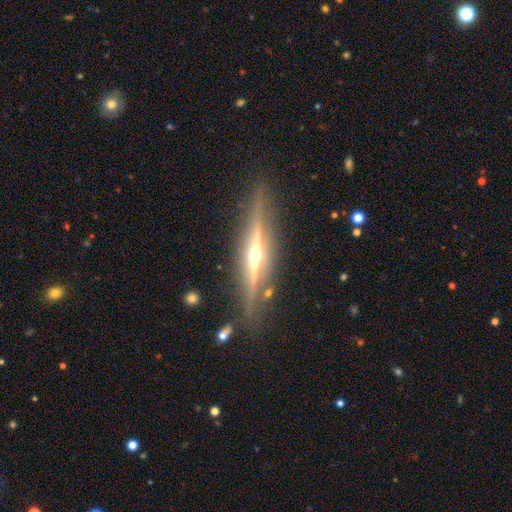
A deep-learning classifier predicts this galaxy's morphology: The model was most divided on "smooth or featured": featured or disk: 83%, smooth: 10%, star or artifact: 6%. More confident: edge-on disk — yes (96%); edge-on bulge — rounded (91%); merging — none (84%).